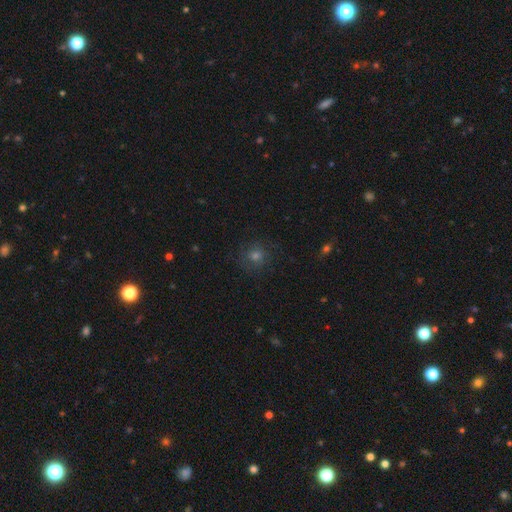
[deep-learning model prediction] The model was most divided on "smooth or featured": smooth: 50%, star or artifact: 29%, featured or disk: 21%. More confident: merging — none (82%).